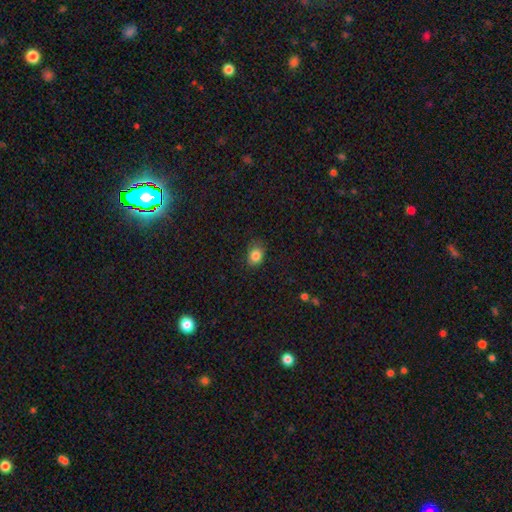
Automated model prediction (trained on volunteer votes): The model was most divided on "how rounded": in between: 52%, round: 47%, cigar-shaped: 1%. More confident: smooth or featured — smooth (84%); merging — none (76%).